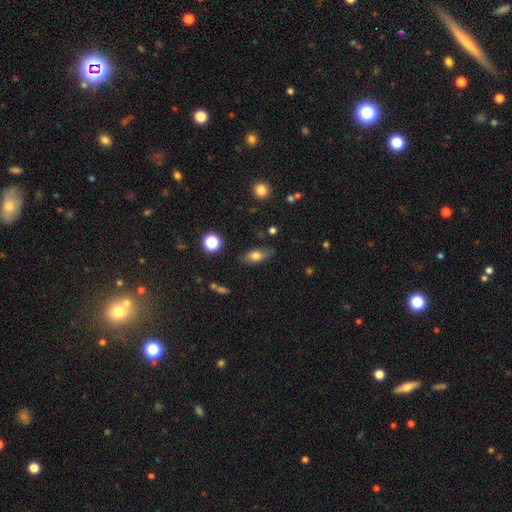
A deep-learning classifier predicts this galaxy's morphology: Q: Smooth or featured?
A: smooth (71%); runner-up: featured or disk (20%)
Q: How rounded?
A: in between (79%); runner-up: cigar-shaped (13%)
Q: Merging?
A: none (78%); runner-up: minor disturbance (16%)